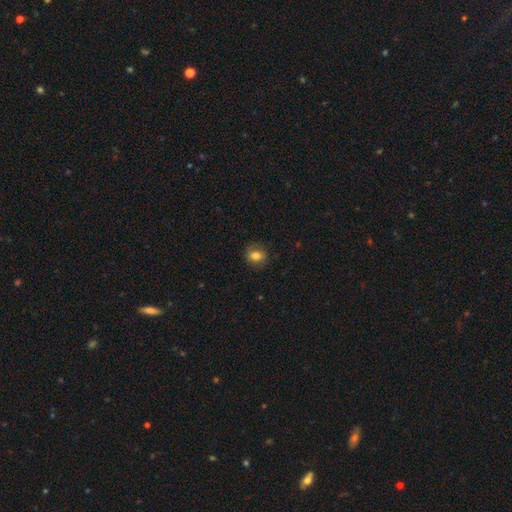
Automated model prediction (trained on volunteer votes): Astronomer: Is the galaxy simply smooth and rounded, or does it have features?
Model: smooth — 77%.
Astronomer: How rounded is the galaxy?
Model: round — 62%.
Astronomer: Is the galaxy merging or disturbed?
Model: none — 83%.